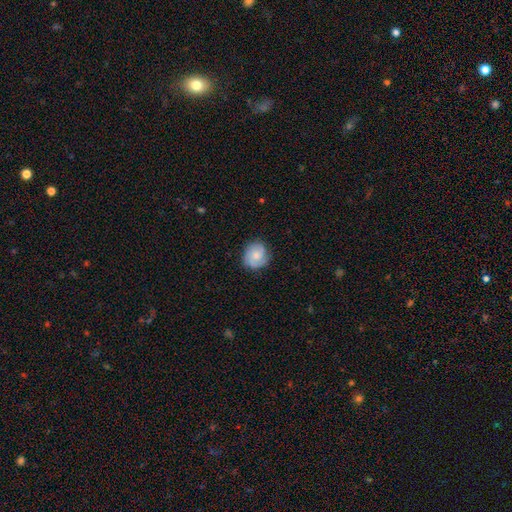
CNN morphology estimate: smooth_or_featured: featured or disk (p=0.49) [alt: smooth p=0.44]
merging: none (p=0.76) [alt: minor disturbance p=0.18]